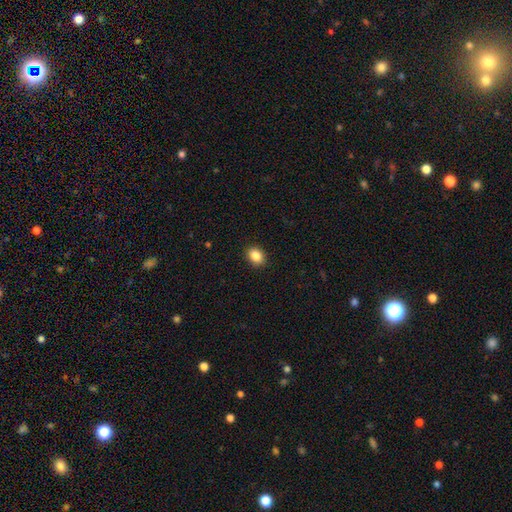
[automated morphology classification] type=smooth (86%); roundness=in between (60%); merging=none (91%).